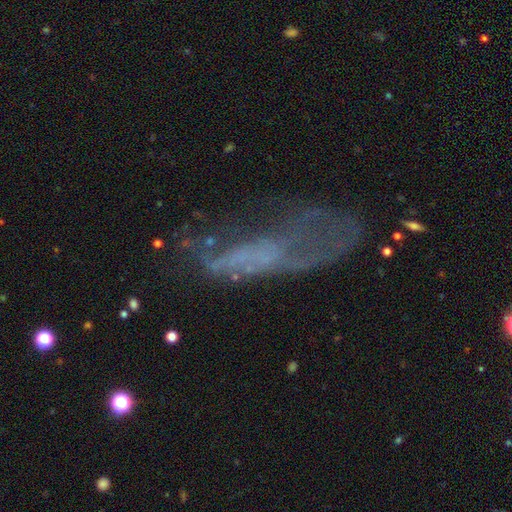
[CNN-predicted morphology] A featured or disk galaxy (49%).

Vote fractions:
- Smooth or featured? featured or disk: 49% / smooth: 30% / star or artifact: 21%
- Merging? major disturbance: 39% / none: 35% / minor disturbance: 21% / merger: 5%